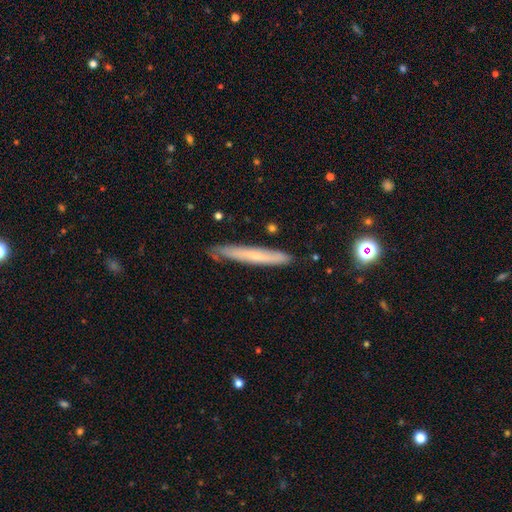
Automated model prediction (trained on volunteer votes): Smooth or featured? smooth (50%)
How rounded? cigar-shaped (96%)
Merging? none (82%)